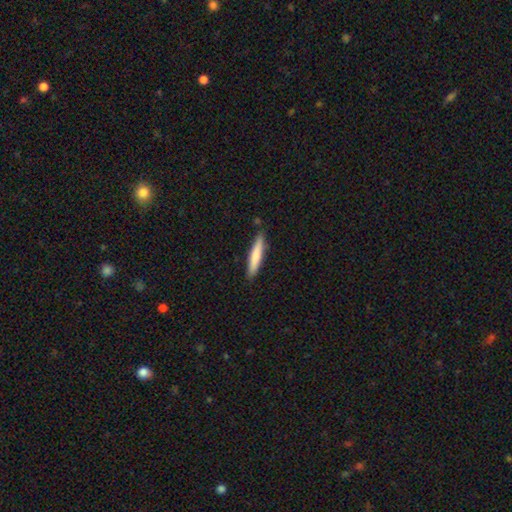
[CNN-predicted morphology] Q: Smooth or featured?
A: smooth (76%); runner-up: featured or disk (19%)
Q: How rounded?
A: cigar-shaped (90%); runner-up: in between (8%)
Q: Merging?
A: none (86%); runner-up: minor disturbance (11%)